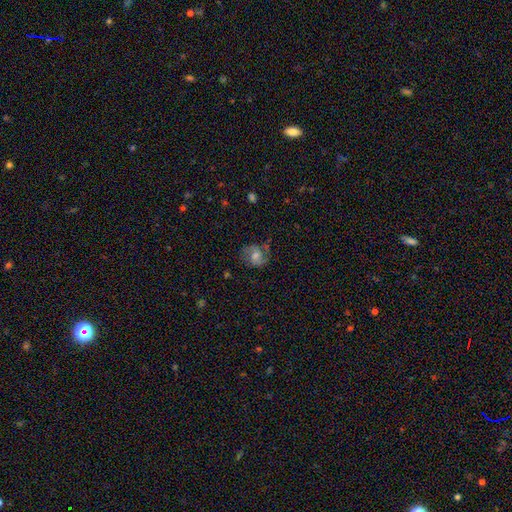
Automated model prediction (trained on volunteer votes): Morphology: type=featured or disk (62%); edge-on=no (97%); bar=no (49%); spiral arms=yes (89%); winding=medium (51%); arm count=2 (82%); bulge=moderate (54%); merging=none (70%).